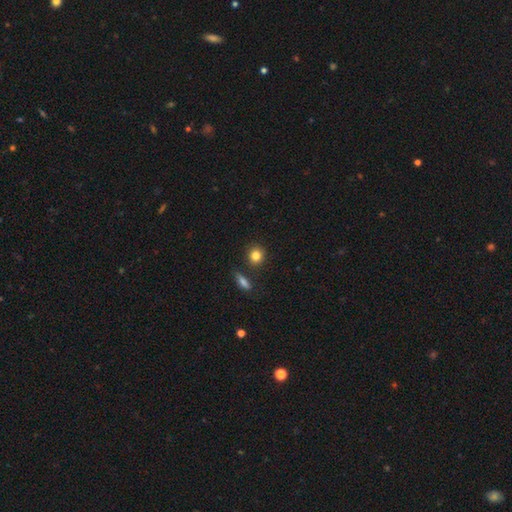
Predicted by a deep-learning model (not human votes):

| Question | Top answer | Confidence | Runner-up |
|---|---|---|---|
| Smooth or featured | smooth | 83% | star or artifact (10%) |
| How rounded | round | 82% | in between (16%) |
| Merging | none | 84% | minor disturbance (9%) |